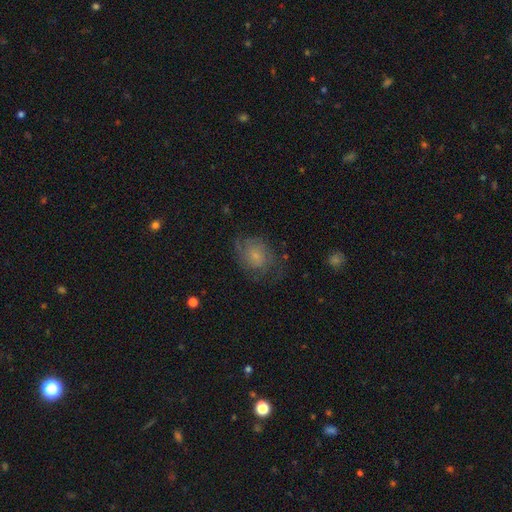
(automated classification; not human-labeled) featured or disk 52%, smooth 38%, star or artifact 10%. Down the decision tree: edge-on disk — no (97%); bar — no (74%); spiral arms — yes (81%); bulge size — small (69%); merging — none (57%).